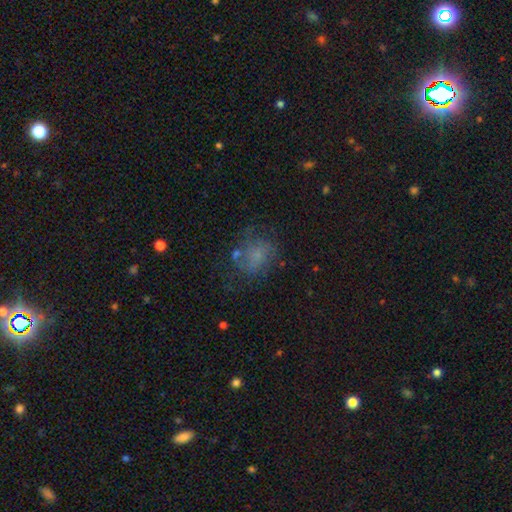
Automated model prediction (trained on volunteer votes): This appears to be a smooth galaxy with no disk features (49%). Merging: none (53%).